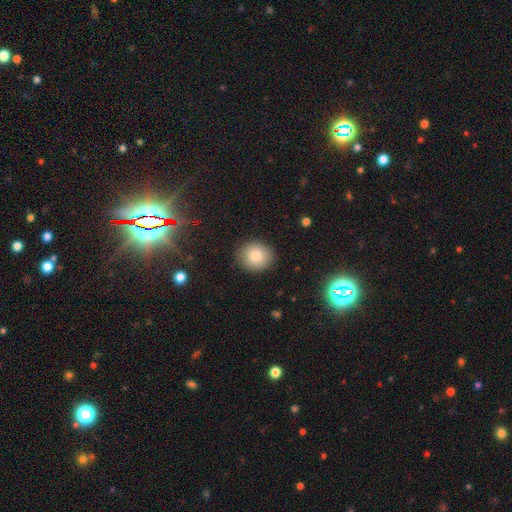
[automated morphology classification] Smooth or featured? smooth (82%)
How rounded? round (82%)
Merging? none (88%)